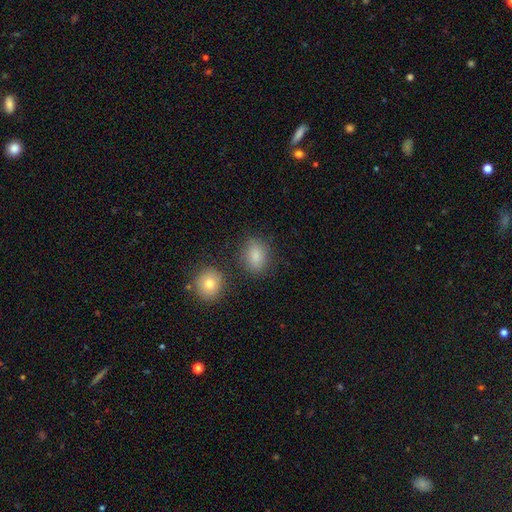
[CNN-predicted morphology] A smooth galaxy with no disk features (85%) that is in between round and cigar-shaped (72%).

Vote fractions:
- Smooth or featured? smooth: 85% / star or artifact: 9% / featured or disk: 6%
- How rounded? in between: 72% / round: 26% / cigar-shaped: 2%
- Merging? none: 79% / minor disturbance: 12% / merger: 5% / major disturbance: 4%